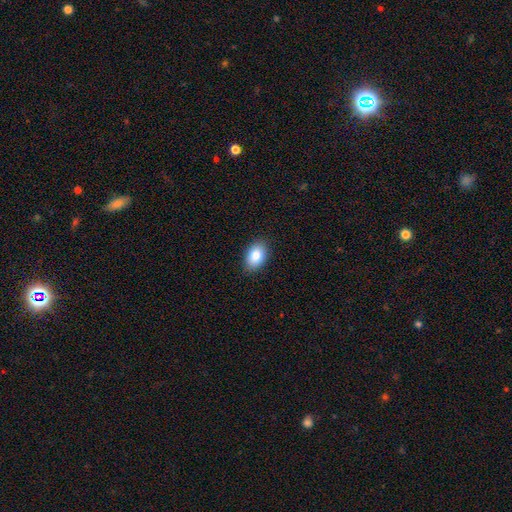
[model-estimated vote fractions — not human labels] smooth-or-featured: smooth: 84% | featured or disk: 8% | star or artifact: 7%
  how-rounded: in between: 88% | round: 11% | cigar-shaped: 1%
  merging: none: 89% | minor disturbance: 8% | major disturbance: 2% | merger: 1%